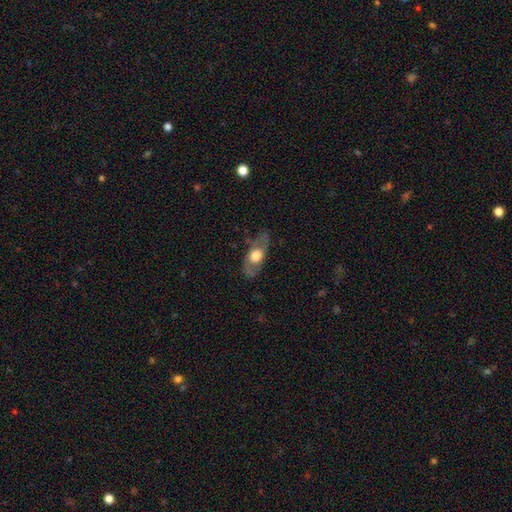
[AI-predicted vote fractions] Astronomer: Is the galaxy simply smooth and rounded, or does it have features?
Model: featured or disk — 49% (runner-up: smooth, 45%).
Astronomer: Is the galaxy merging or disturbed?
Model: none — 64%.